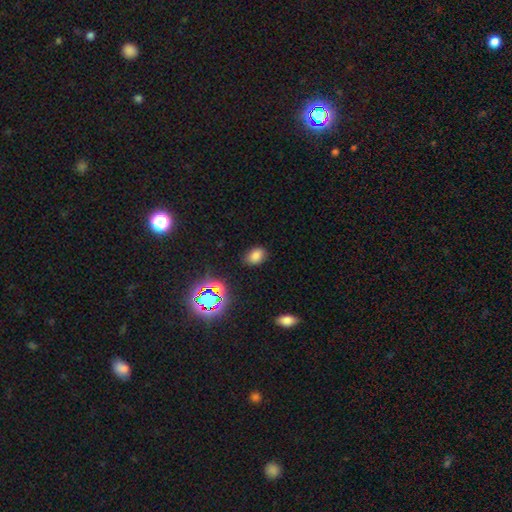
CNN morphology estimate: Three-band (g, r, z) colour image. It shows a smooth galaxy with no disk features (77%) that is in between round and cigar-shaped (77%). Merging: none (83%).